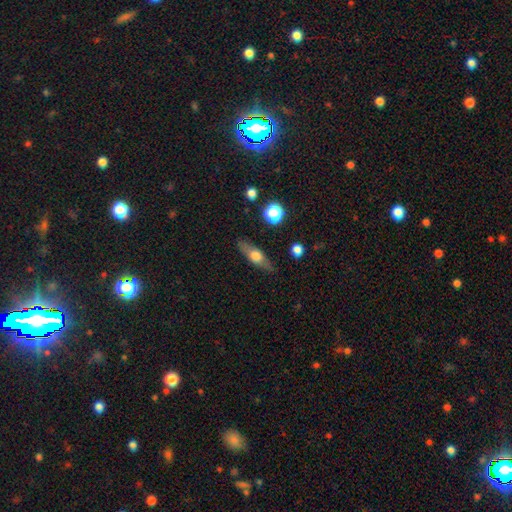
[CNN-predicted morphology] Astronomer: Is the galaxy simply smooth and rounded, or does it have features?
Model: smooth — 49% (runner-up: featured or disk, 44%).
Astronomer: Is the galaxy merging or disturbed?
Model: none — 83%.